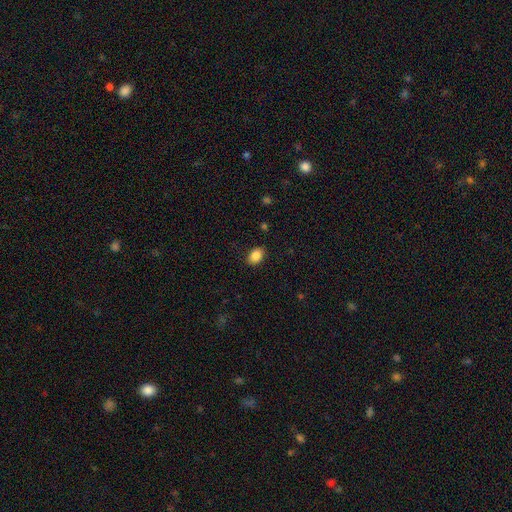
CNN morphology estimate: The model was most divided on "how rounded": in between: 78%, round: 21%, cigar-shaped: 1%. More confident: merging — none (87%); smooth or featured — smooth (87%).